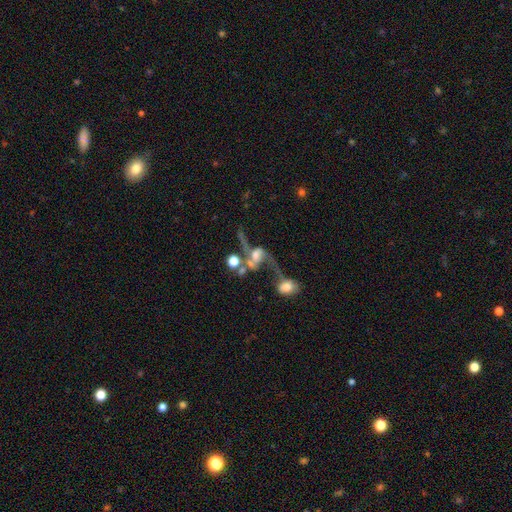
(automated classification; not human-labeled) The model was most divided on "bulge size": moderate: 36%, small: 26%, none: 18%, large: 16%, dominant: 4%. Remaining: edge-on disk — no (94%); spiral winding — loose (88%); spiral arm count — 2 (88%); spiral arms — yes (86%); smooth or featured — featured or disk (76%); bar — no (48%); merging — merger (43%).